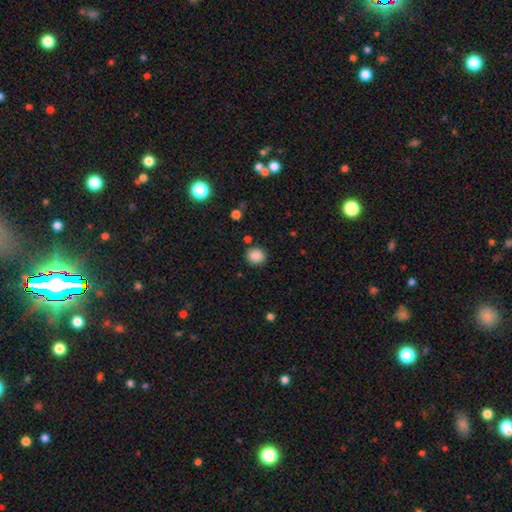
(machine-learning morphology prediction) The model was most divided on "how rounded": round: 77%, in between: 22%, cigar-shaped: 1%. More confident: smooth or featured — smooth (87%); merging — none (86%).